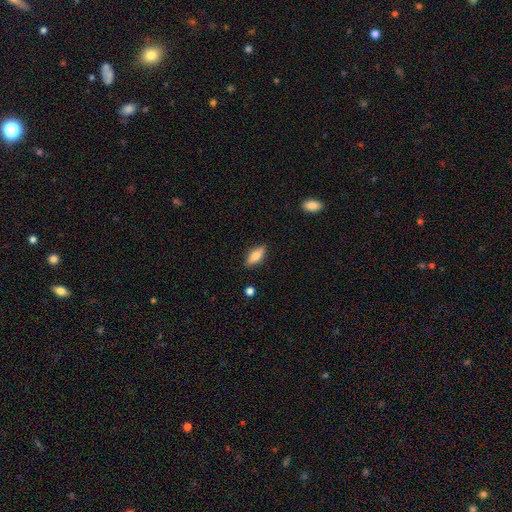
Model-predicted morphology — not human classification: A smooth galaxy with no disk features (65%) that is in between round and cigar-shaped (63%). Merging: none (85%).